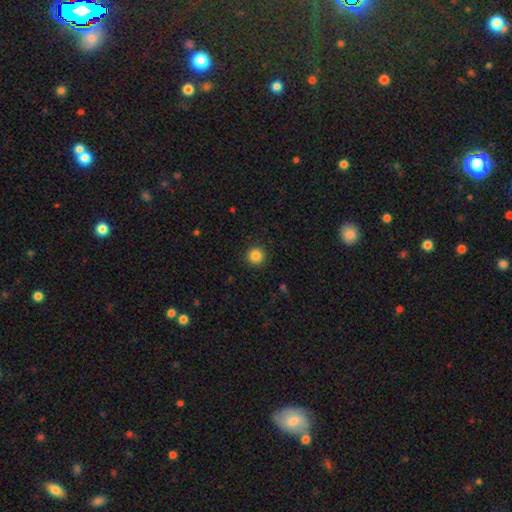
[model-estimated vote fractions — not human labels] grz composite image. It shows a smooth galaxy with no disk features (85%) that is round (95%). Merging: none (91%).